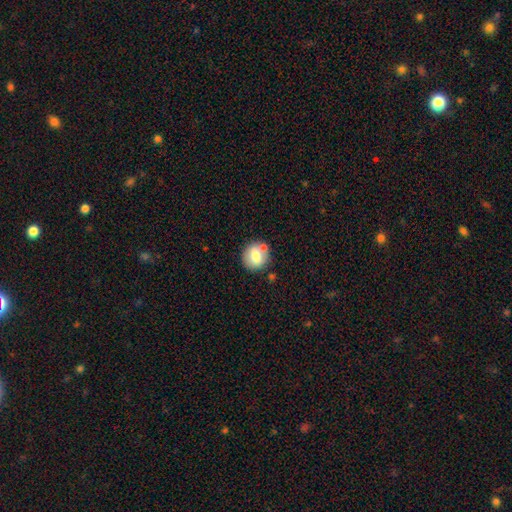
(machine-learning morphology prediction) Q: Smooth or featured?
A: smooth (71%); runner-up: featured or disk (21%)
Q: How rounded?
A: round (86%); runner-up: in between (13%)
Q: Merging?
A: none (72%); runner-up: merger (13%)